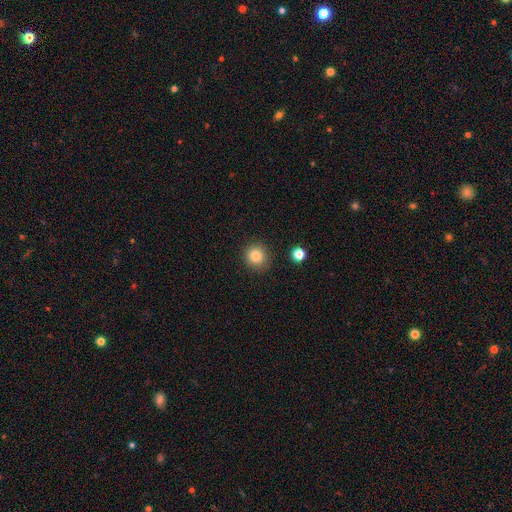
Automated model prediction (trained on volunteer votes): smooth 84%, star or artifact 11%, featured or disk 6%. Down the decision tree: how rounded — round (92%); merging — none (88%).